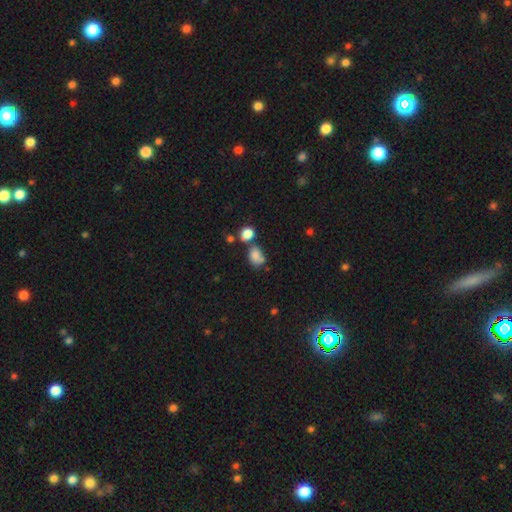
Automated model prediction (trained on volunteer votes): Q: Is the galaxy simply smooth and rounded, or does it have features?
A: smooth — 78%.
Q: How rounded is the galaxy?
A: in between — 60%.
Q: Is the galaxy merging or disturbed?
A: none — 41%.